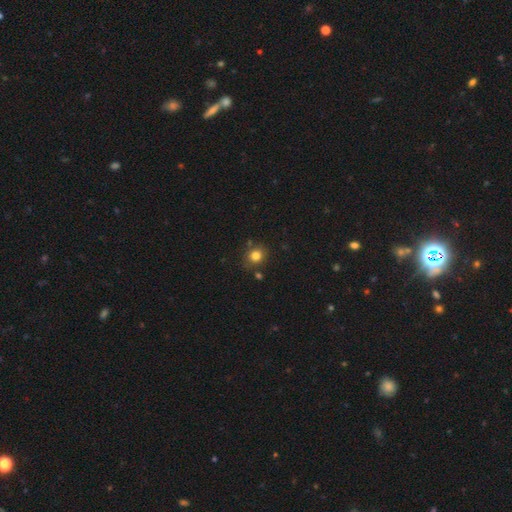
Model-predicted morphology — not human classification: Q: Smooth or featured?
A: smooth (81%); runner-up: star or artifact (13%)
Q: How rounded?
A: round (80%); runner-up: in between (19%)
Q: Merging?
A: none (79%); runner-up: minor disturbance (12%)